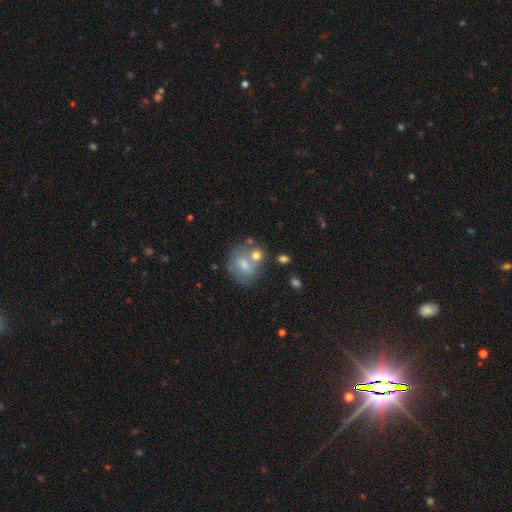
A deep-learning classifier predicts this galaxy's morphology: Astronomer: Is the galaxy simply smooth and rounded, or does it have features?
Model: star or artifact — 39%, tied with featured or disk at 39%.